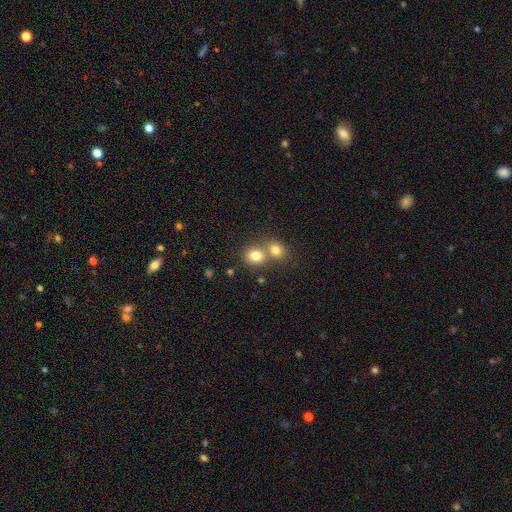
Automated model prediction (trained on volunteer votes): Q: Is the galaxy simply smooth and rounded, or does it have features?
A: smooth — 79%.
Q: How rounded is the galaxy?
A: round — 72%.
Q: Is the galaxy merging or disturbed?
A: merger — 51%.